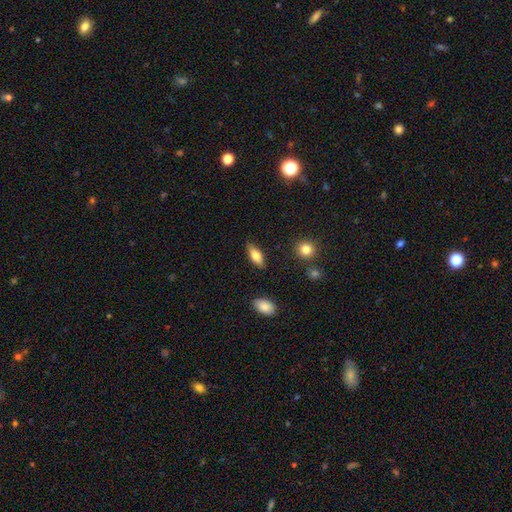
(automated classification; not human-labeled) Smooth or featured? Predicted: smooth (p=0.71). How rounded? Predicted: in between (p=0.75). Merging? Predicted: none (p=0.85).